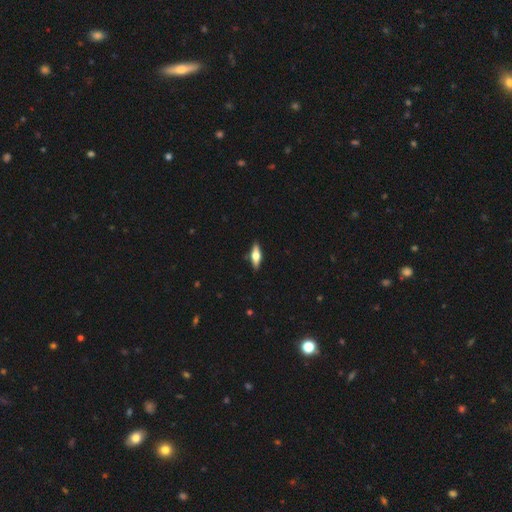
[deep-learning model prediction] featured or disk 52%, smooth 42%, star or artifact 6%. Down the decision tree: edge-on disk — yes (93%); merging — none (88%).